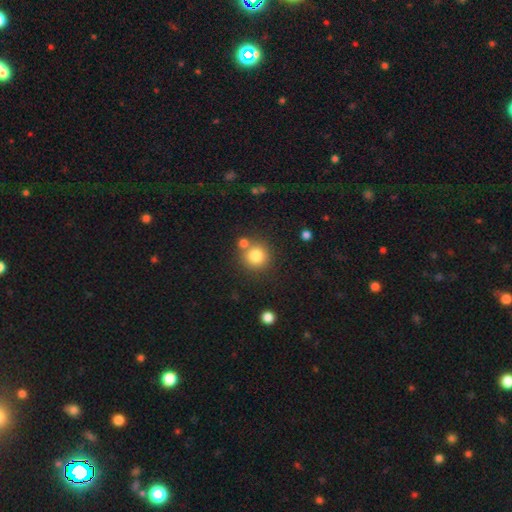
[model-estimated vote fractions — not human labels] This is clearly a smooth galaxy (81%). How rounded: clearly round (93%). Merging: likely none (71%).